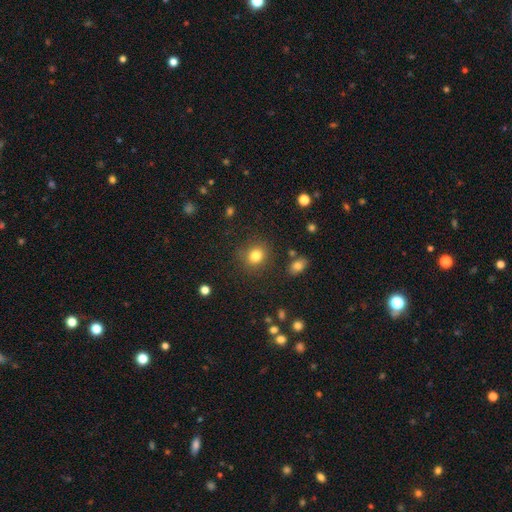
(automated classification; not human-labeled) Smooth or featured? smooth (82%)
How rounded? round (76%)
Merging? none (85%)